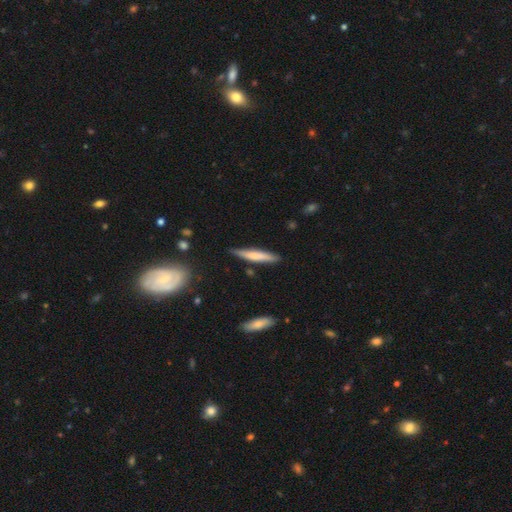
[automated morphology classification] smooth_or_featured: smooth (p=0.65) [alt: featured or disk p=0.30]
how_rounded: cigar-shaped (p=0.91) [alt: in between p=0.07]
merging: none (p=0.83) [alt: minor disturbance p=0.13]